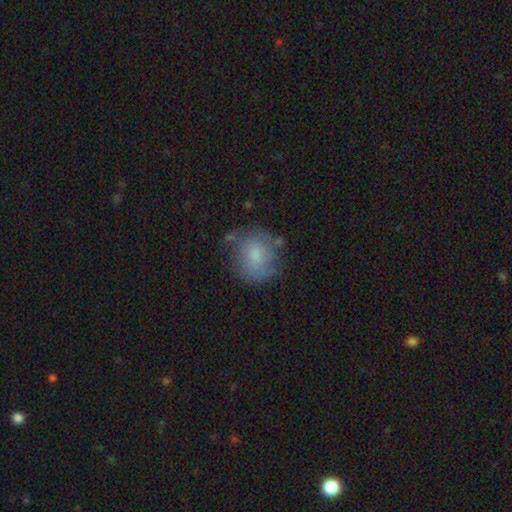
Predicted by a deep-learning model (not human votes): A smooth galaxy with no disk features (72%) that is round (82%).

Vote fractions:
- Smooth or featured? smooth: 72% / featured or disk: 19% / star or artifact: 9%
- How rounded? round: 82% / in between: 17% / cigar-shaped: 1%
- Merging? none: 64% / minor disturbance: 23% / major disturbance: 8% / merger: 5%